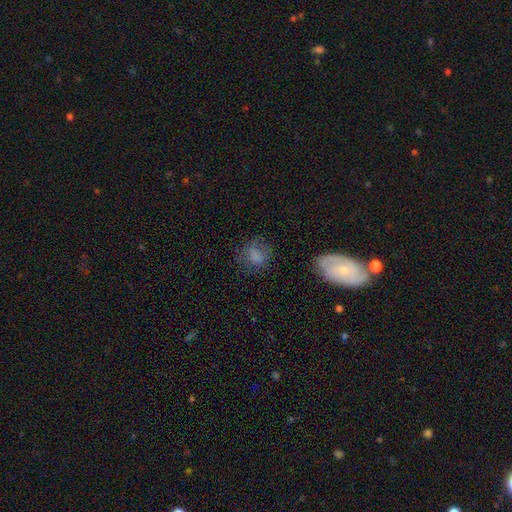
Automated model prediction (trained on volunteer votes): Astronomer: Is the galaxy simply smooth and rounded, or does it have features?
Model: smooth — 71%.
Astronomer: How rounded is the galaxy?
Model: round — 64%.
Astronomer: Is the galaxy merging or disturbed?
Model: none — 62%.